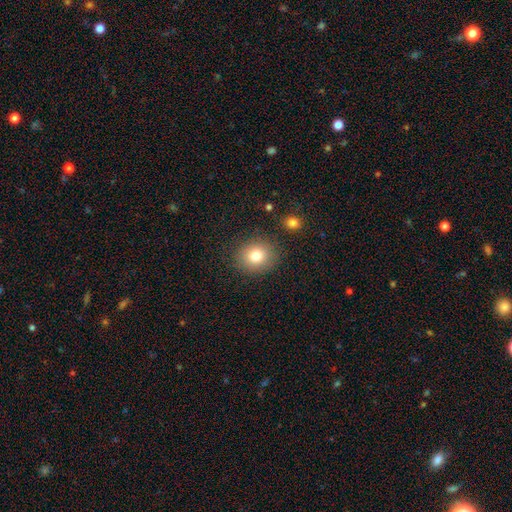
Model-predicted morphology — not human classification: This appears to be a smooth galaxy with no disk features (80%) that is round (77%). Merging: none (85%).